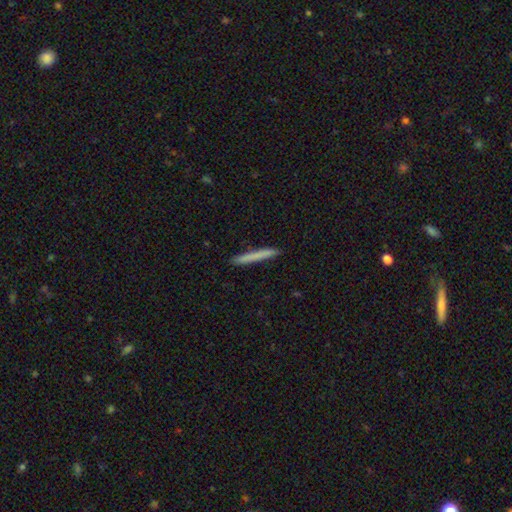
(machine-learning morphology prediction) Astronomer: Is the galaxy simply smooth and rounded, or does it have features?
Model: smooth — 74%.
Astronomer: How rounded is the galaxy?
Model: cigar-shaped — 97%.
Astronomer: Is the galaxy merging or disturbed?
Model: none — 92%.